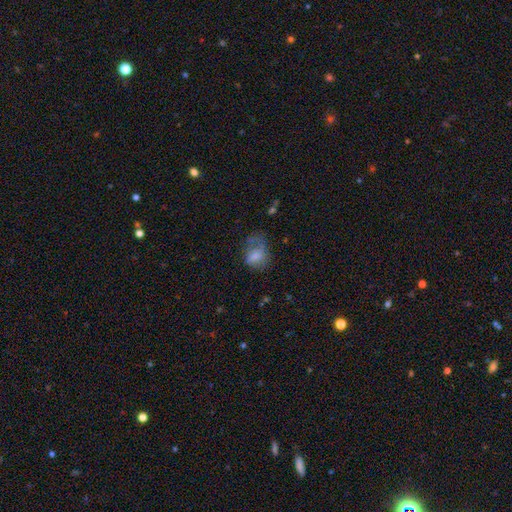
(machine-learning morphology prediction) A smooth galaxy with no disk features (66%) that is in between round and cigar-shaped (67%).

Vote fractions:
- Smooth or featured? smooth: 66% / featured or disk: 24% / star or artifact: 10%
- How rounded? in between: 67% / round: 32% / cigar-shaped: 1%
- Merging? major disturbance: 41% / none: 28% / minor disturbance: 26% / merger: 5%